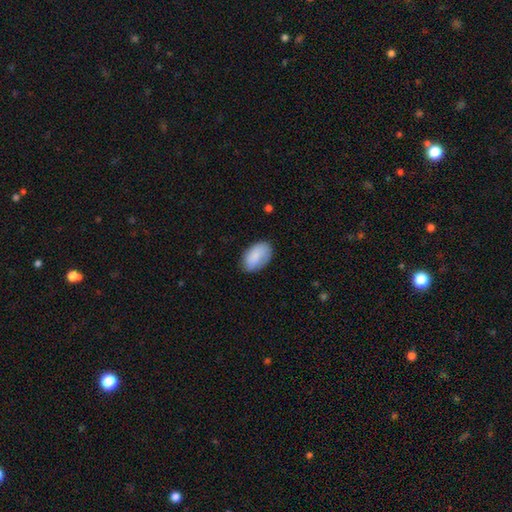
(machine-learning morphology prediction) Overall: smooth (83%). How rounded: in between (92%). Merging: none (72%).